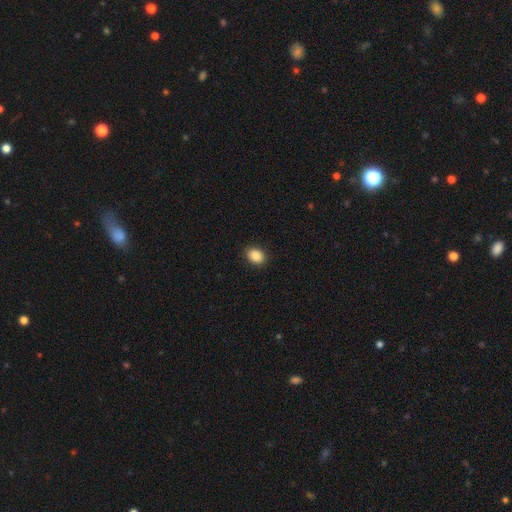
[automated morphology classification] This is clearly a smooth galaxy (87%). How rounded: likely in between (60%). Merging: clearly none (90%).